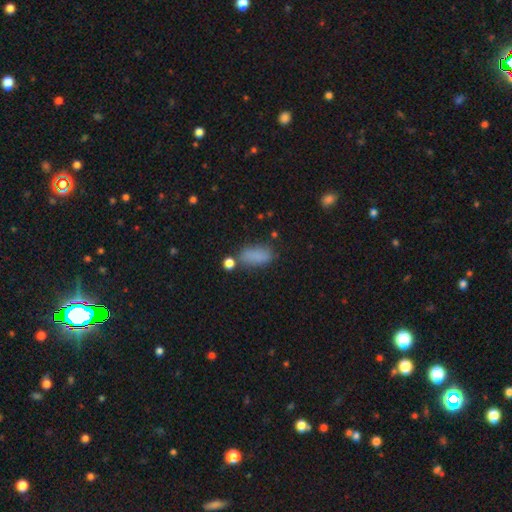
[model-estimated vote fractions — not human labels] A smooth galaxy with no disk features (82%) that is in between round and cigar-shaped (84%).

Vote fractions:
- Smooth or featured? smooth: 82% / star or artifact: 11% / featured or disk: 7%
- How rounded? in between: 84% / cigar-shaped: 11% / round: 5%
- Merging? none: 65% / minor disturbance: 19% / merger: 9% / major disturbance: 7%